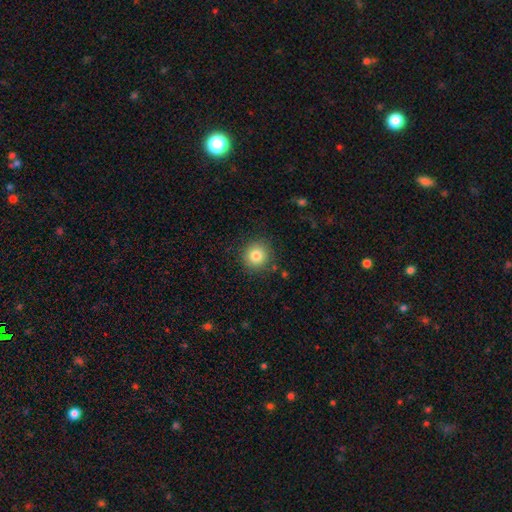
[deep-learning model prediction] A smooth galaxy with no disk features (82%) that is round (93%).

Vote fractions:
- Smooth or featured? smooth: 82% / star or artifact: 11% / featured or disk: 8%
- How rounded? round: 93% / in between: 6% / cigar-shaped: 1%
- Merging? none: 88% / minor disturbance: 8% / major disturbance: 3% / merger: 2%